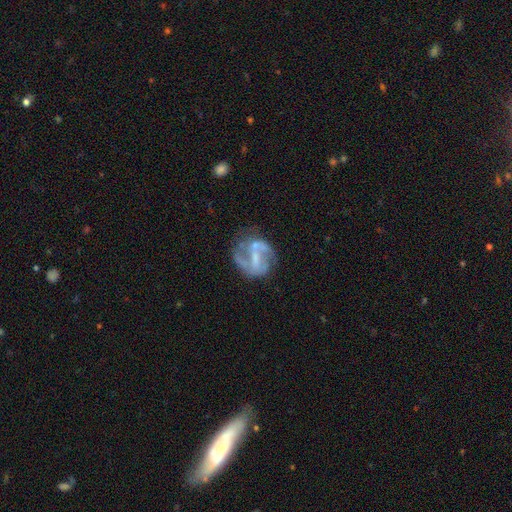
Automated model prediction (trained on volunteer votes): smooth-or-featured: featured or disk: 80% | smooth: 13% | star or artifact: 7%
  disk-edge-on: no: 98% | yes: 2%
    bar: weak: 43% | strong: 38% | no: 19%
    has-spiral-arms: yes: 82% | no: 18%
      spiral-winding: medium: 47% | loose: 33% | tight: 21%
      spiral-arm-count: 2: 78% | can't tell: 11% | 3: 4% | 1: 4% | 4: 2% | more than 4: 1%
    bulge-size: small: 44% | none: 28% | moderate: 24% | large: 2% | dominant: 1%
  merging: none: 57% | minor disturbance: 21% | major disturbance: 16% | merger: 6%